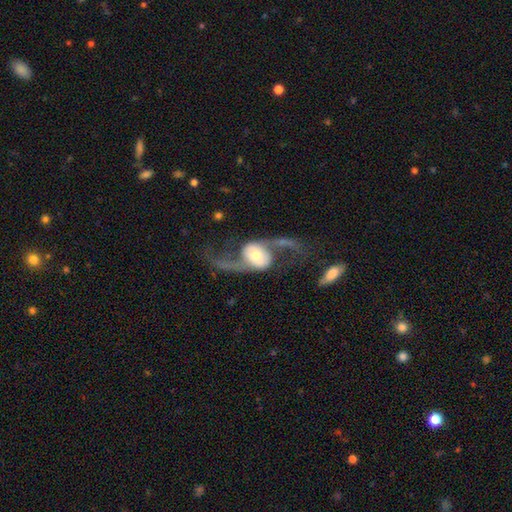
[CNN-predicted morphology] Smooth or featured? featured or disk (86%)
Edge-on disk? no (95%)
Bar? no (55%)
Spiral arms? yes (95%)
Spiral winding? loose (88%)
Spiral arm count? 2 (94%)
Bulge size? moderate (53%)
Merging? none (60%)